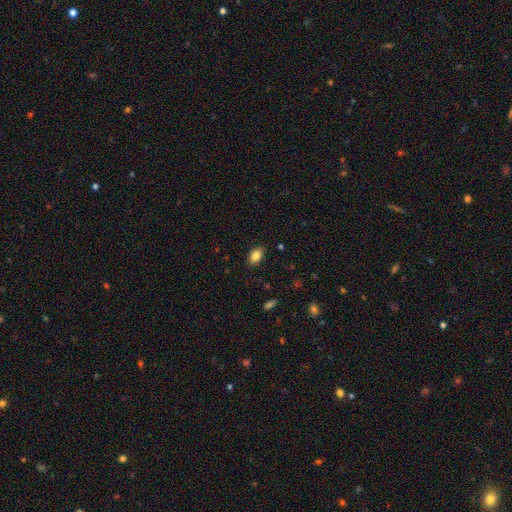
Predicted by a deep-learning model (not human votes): Smooth or featured? Predicted: smooth (p=0.84). How rounded? Predicted: in between (p=0.88). Merging? Predicted: none (p=0.86).